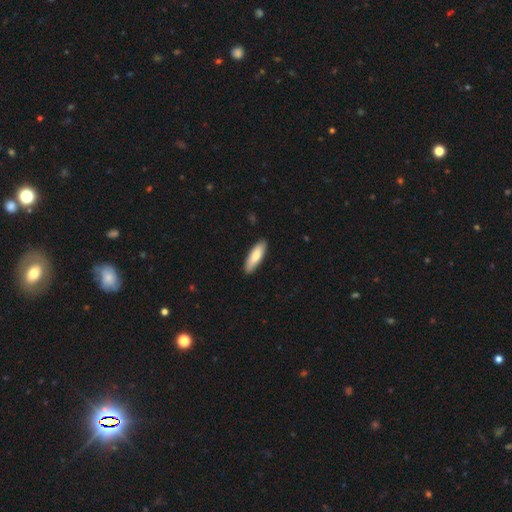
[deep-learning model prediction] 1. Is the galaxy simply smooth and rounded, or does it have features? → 78% smooth, 17% featured or disk, 5% star or artifact.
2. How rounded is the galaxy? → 51% cigar-shaped, 48% in between, 2% round.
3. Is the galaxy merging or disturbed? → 89% none, 9% minor disturbance, 2% major disturbance, 1% merger.